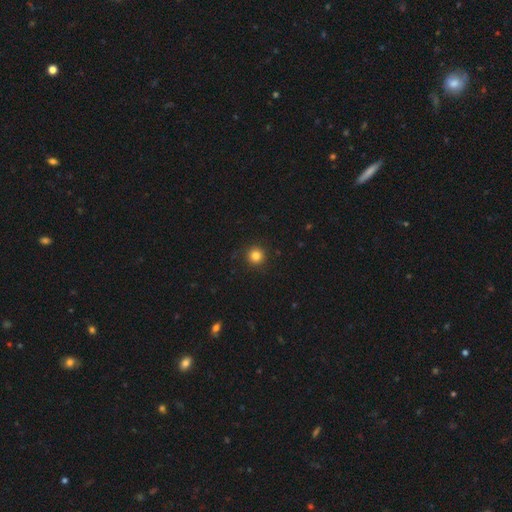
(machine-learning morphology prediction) type=smooth (83%); roundness=round (96%); merging=none (92%).